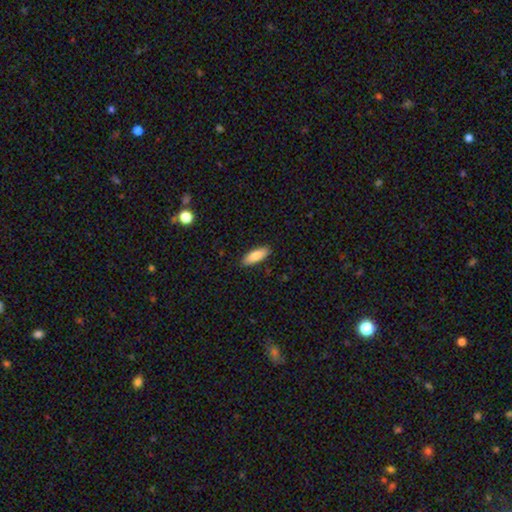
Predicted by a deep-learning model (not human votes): Overall: smooth (84%). How rounded: in between (66%; cigar-shaped 32%). Merging: none (89%).